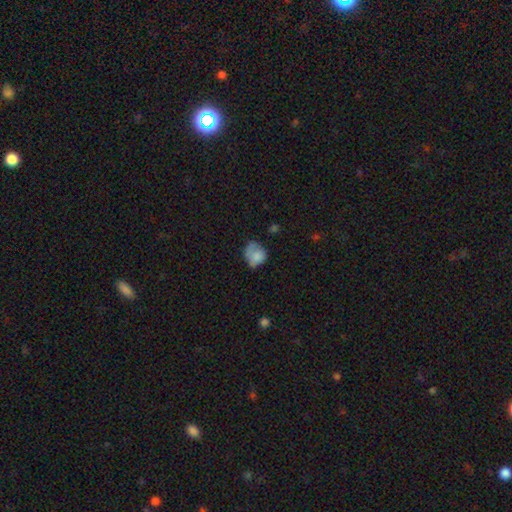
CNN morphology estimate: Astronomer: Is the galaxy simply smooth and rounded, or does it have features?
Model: smooth — 74%.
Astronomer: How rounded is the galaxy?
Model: round — 62%.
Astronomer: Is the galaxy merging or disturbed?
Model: none — 39% (runner-up: minor disturbance, 35%).